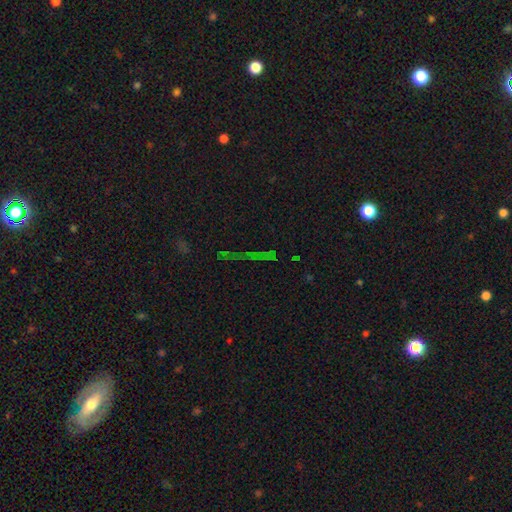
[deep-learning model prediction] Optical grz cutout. It shows a star or artifact, not a galaxy (63%).